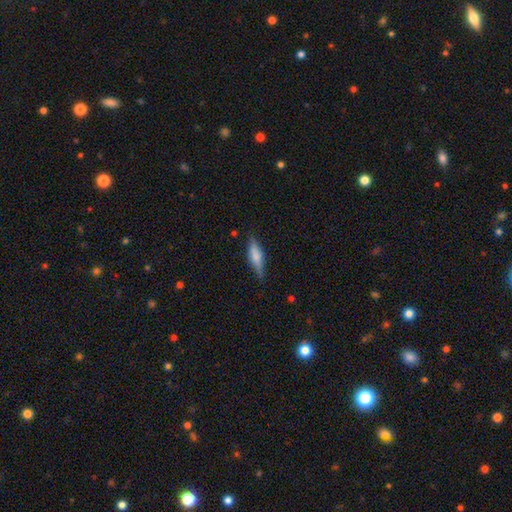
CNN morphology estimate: smooth_or_featured: smooth (p=0.59) [alt: featured or disk p=0.34]
how_rounded: cigar-shaped (p=0.59) [alt: in between p=0.38]
merging: none (p=0.76) [alt: minor disturbance p=0.19]